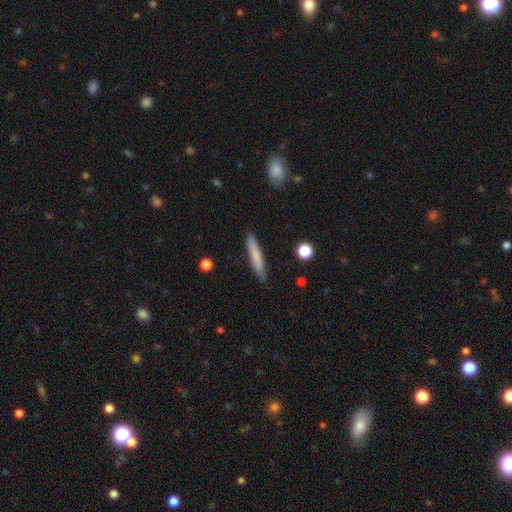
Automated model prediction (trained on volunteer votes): Q: Smooth or featured?
A: smooth (73%); runner-up: featured or disk (21%)
Q: How rounded?
A: cigar-shaped (94%); runner-up: in between (5%)
Q: Merging?
A: none (88%); runner-up: minor disturbance (9%)